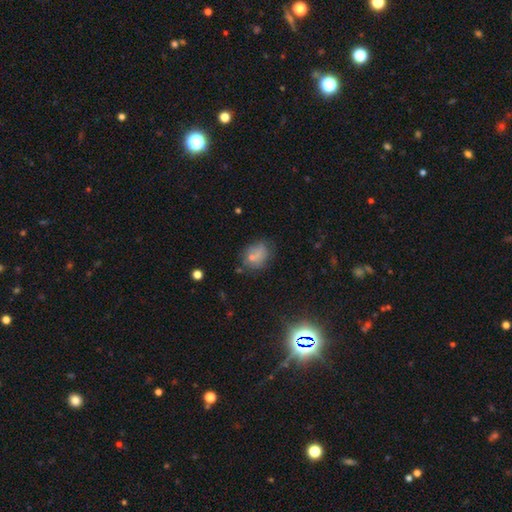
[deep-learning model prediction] smooth_or_featured: smooth (p=0.70) [alt: star or artifact p=0.15]
how_rounded: in between (p=0.58) [alt: round p=0.41]
merging: none (p=0.52) [alt: minor disturbance p=0.26]